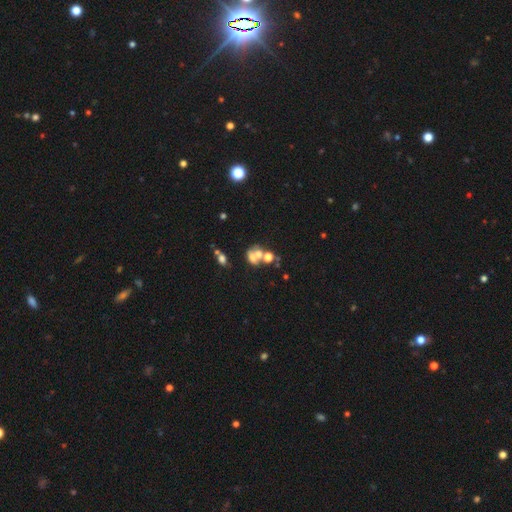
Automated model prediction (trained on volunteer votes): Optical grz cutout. It shows a smooth galaxy with no disk features (48%). Merging: merger (55%).